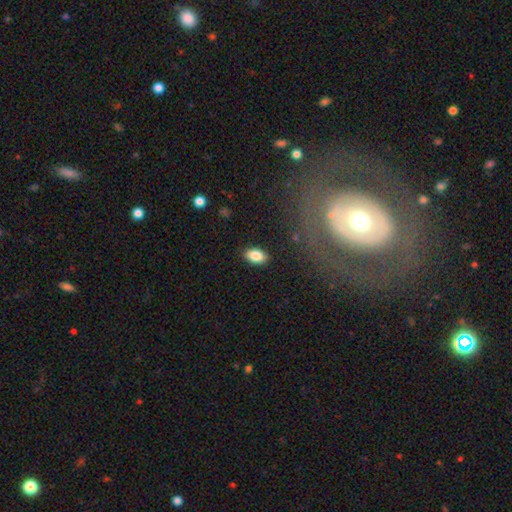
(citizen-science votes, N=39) Smooth or featured? 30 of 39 (77%) said smooth. How rounded? 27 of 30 (90%) said in between. Merging? 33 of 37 (89%) said none.